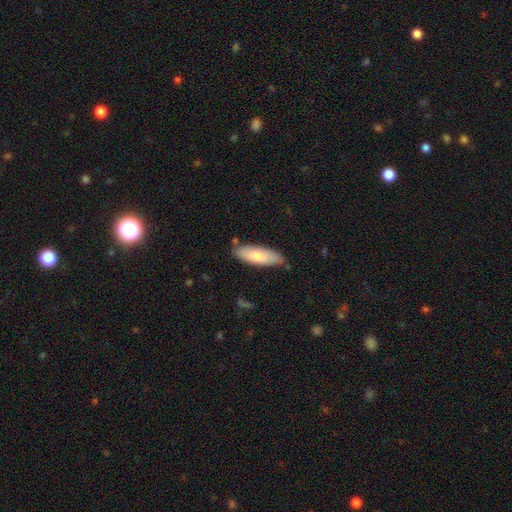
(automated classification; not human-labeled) Smooth or featured: smooth — 74% (featured or disk — 20%)
How rounded: in between — 57% (cigar-shaped — 41%)
Merging: none — 78% (minor disturbance — 17%)